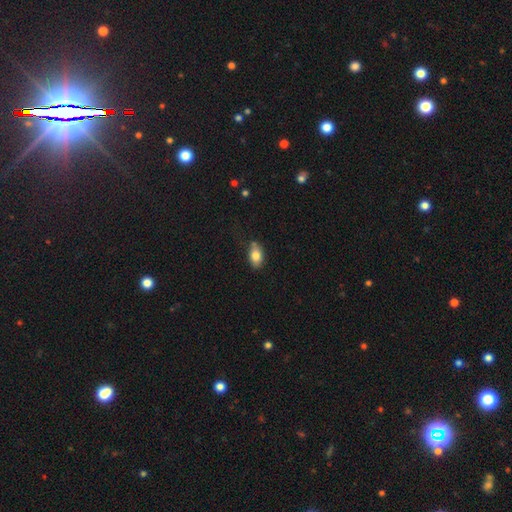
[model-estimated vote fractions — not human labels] The model was most divided on "merging": none: 68%, minor disturbance: 23%, merger: 5%, major disturbance: 5%. More confident: how rounded — in between (86%); smooth or featured — smooth (81%).